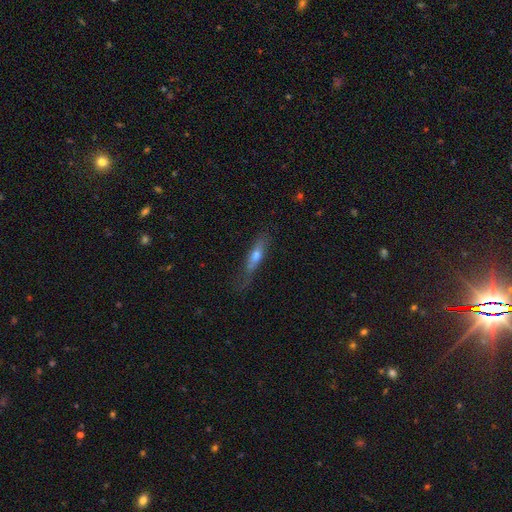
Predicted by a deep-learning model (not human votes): Smooth or featured?
  - smooth: 53% *
  - featured or disk: 40%
  - star or artifact: 8%
How rounded?
  - cigar-shaped: 77% *
  - in between: 21%
  - round: 2%
Merging?
  - none: 57% *
  - minor disturbance: 27%
  - major disturbance: 13%
  - merger: 2%